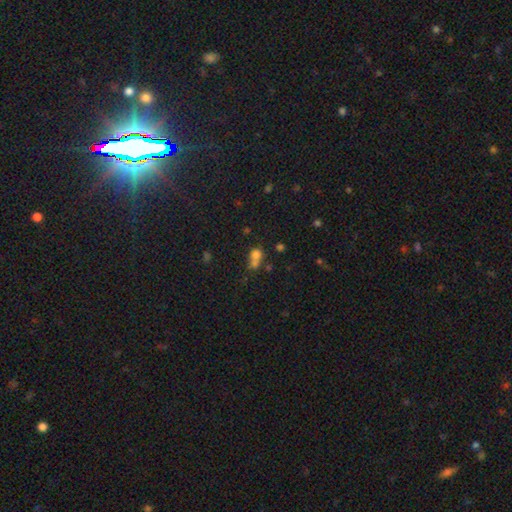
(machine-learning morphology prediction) Smooth or featured: smooth — 70% (star or artifact — 17%)
How rounded: round — 69% (in between — 29%)
Merging: merger — 53% (none — 31%)